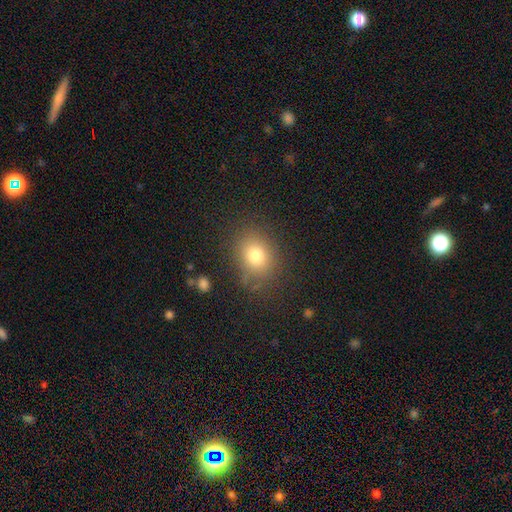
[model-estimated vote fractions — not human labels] Smooth or featured: smooth — 77% (star or artifact — 13%)
How rounded: round — 51% (in between — 48%)
Merging: none — 81% (minor disturbance — 12%)